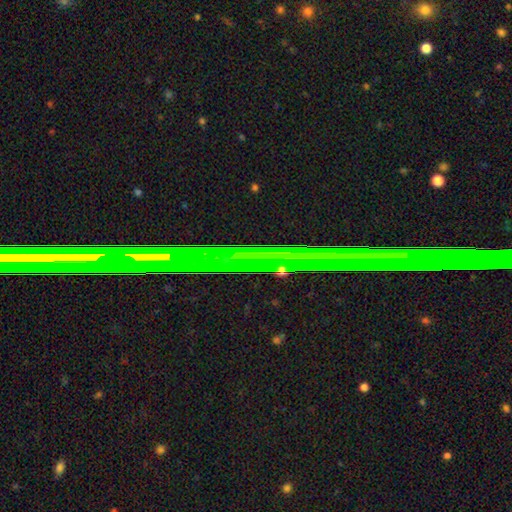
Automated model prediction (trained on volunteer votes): Overall: star or artifact (65%).